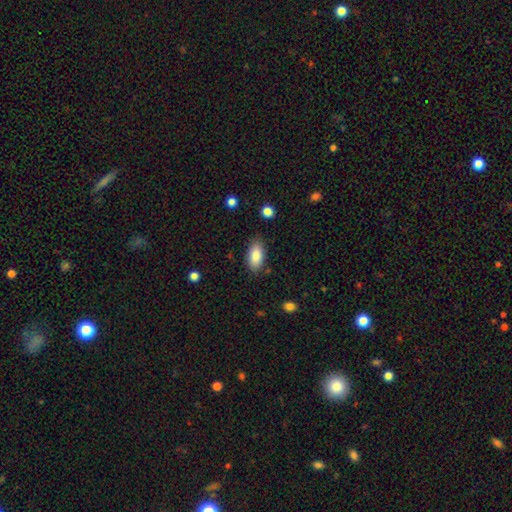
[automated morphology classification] Smooth or featured?
  - smooth: 86% *
  - featured or disk: 7%
  - star or artifact: 7%
How rounded?
  - in between: 92% *
  - cigar-shaped: 5%
  - round: 3%
Merging?
  - none: 83% *
  - minor disturbance: 13%
  - major disturbance: 3%
  - merger: 2%